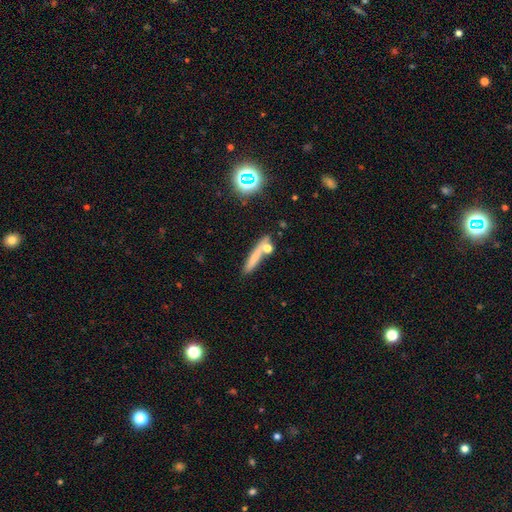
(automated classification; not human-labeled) A smooth galaxy with no disk features (63%) that is cigar-shaped (84%).

Vote fractions:
- Smooth or featured? smooth: 63% / featured or disk: 23% / star or artifact: 14%
- How rounded? cigar-shaped: 84% / in between: 10% / round: 6%
- Merging? none: 67% / merger: 14% / minor disturbance: 14% / major disturbance: 5%